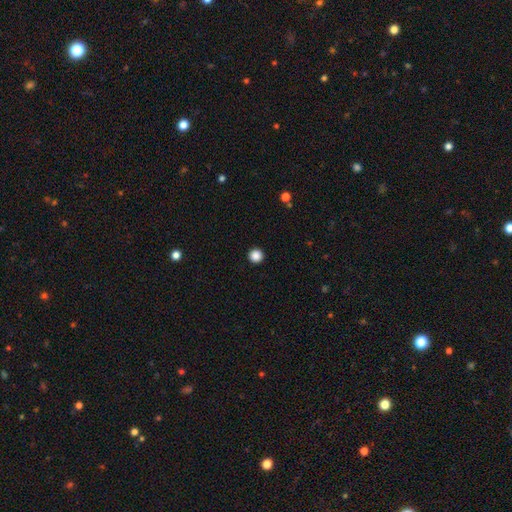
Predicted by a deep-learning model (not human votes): Morphology: type=smooth (87%); roundness=round (96%); merging=none (94%).